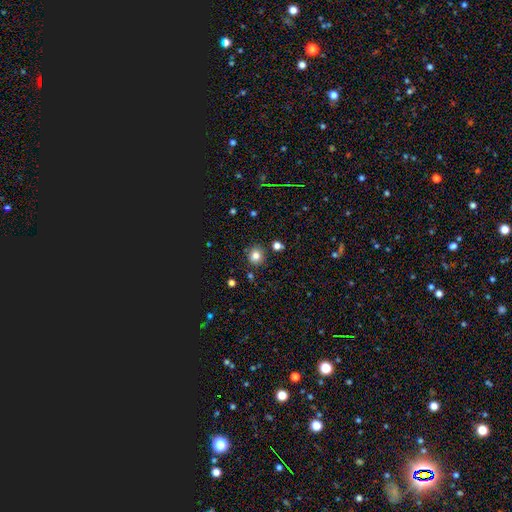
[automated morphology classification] The model was most divided on "smooth or featured": smooth: 79%, star or artifact: 14%, featured or disk: 7%. More confident: how rounded — round (88%); merging — none (85%).